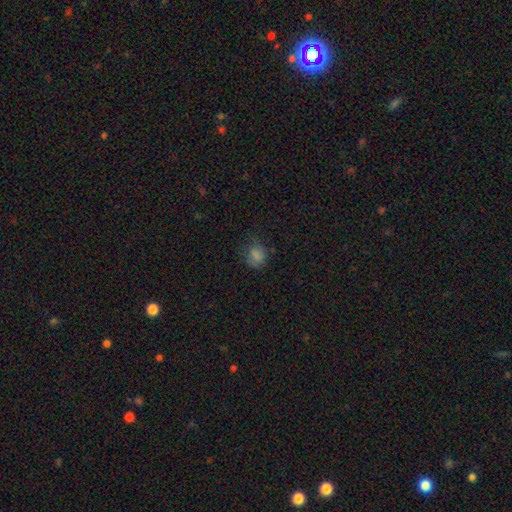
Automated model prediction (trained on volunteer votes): A smooth galaxy with no disk features (75%) that is round (63%). Merging: none (65%).